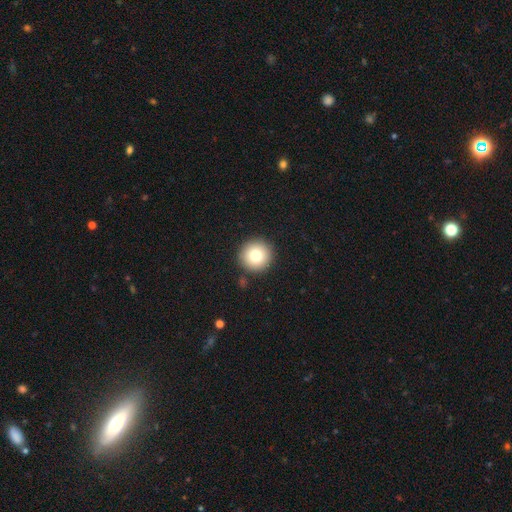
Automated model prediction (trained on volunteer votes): Q: Smooth or featured?
A: smooth (78%); runner-up: featured or disk (12%)
Q: How rounded?
A: round (95%); runner-up: in between (4%)
Q: Merging?
A: none (90%); runner-up: minor disturbance (6%)